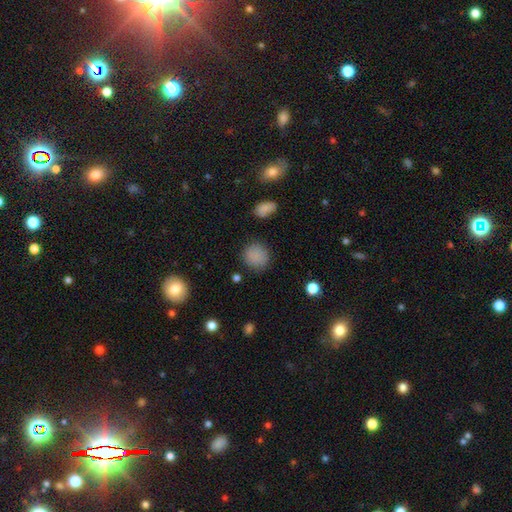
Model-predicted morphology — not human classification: Overall: smooth (85%). How rounded: round (88%). Merging: none (85%).